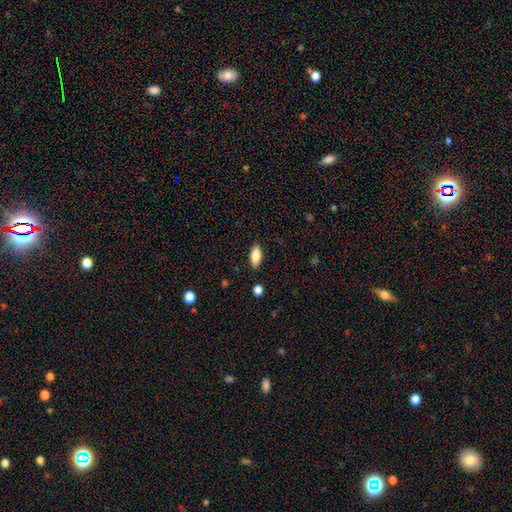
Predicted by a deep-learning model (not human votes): smooth-or-featured: smooth: 81% | featured or disk: 12% | star or artifact: 7%
  how-rounded: in between: 84% | cigar-shaped: 13% | round: 3%
  merging: none: 88% | minor disturbance: 9% | major disturbance: 2% | merger: 1%